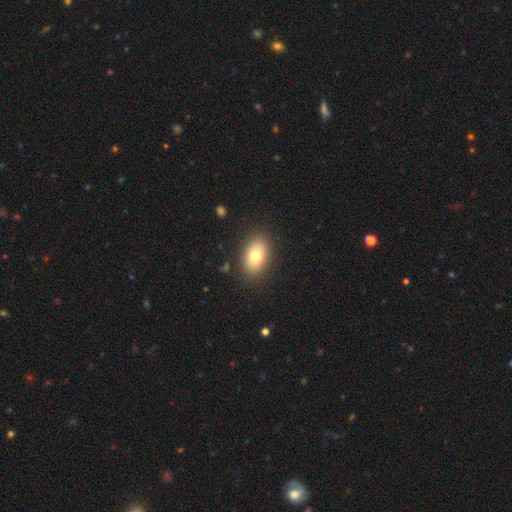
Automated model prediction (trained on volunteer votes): Overall: smooth (77%). How rounded: in between (86%). Merging: none (87%).